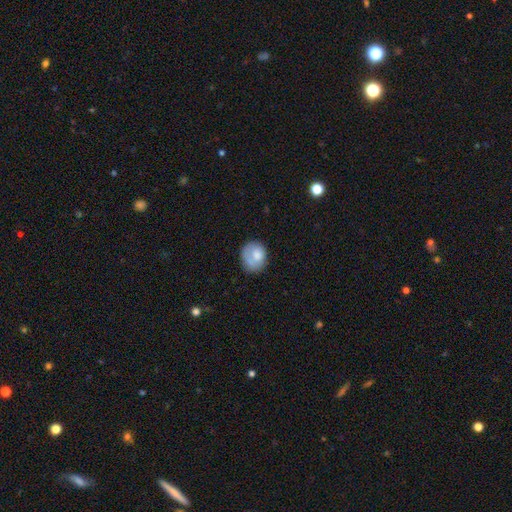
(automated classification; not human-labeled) smooth 73%, featured or disk 20%, star or artifact 7%. Down the decision tree: how rounded — round (65%); merging — none (58%).